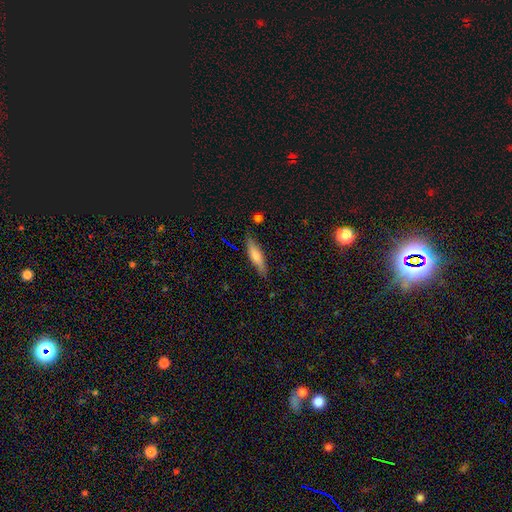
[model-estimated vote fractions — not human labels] Smooth or featured? smooth (64%)
How rounded? cigar-shaped (76%)
Merging? none (81%)